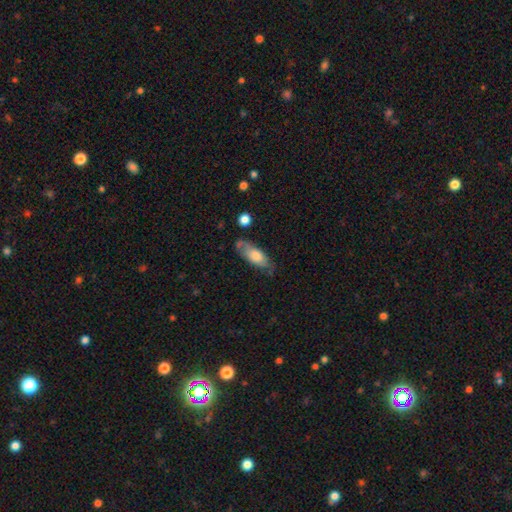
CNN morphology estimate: The model was most divided on "merging": none: 60%, minor disturbance: 27%, major disturbance: 9%, merger: 4%. More confident: how rounded — in between (74%); smooth or featured — smooth (64%).